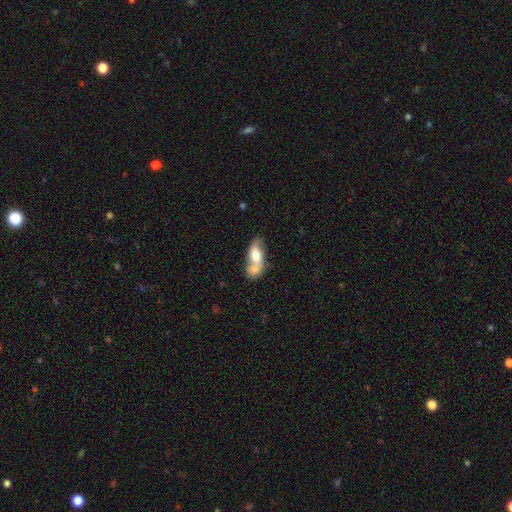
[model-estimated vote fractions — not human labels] smooth_or_featured: smooth (p=0.59) [alt: featured or disk p=0.34]
how_rounded: in between (p=0.78) [alt: cigar-shaped p=0.12]
merging: merger (p=0.62) [alt: none p=0.22]